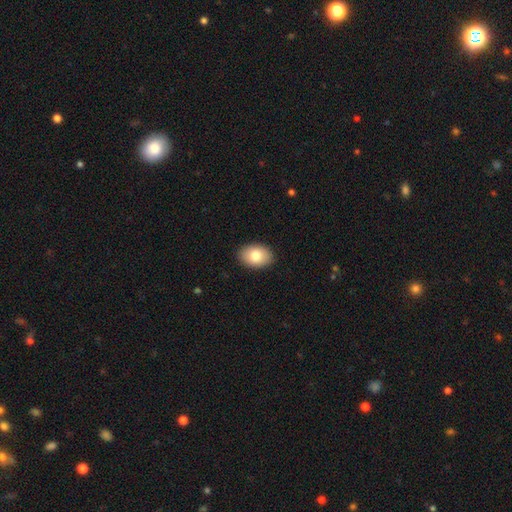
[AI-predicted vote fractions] smooth-or-featured: smooth: 81% | featured or disk: 12% | star or artifact: 7%
  how-rounded: in between: 83% | round: 16% | cigar-shaped: 1%
  merging: none: 90% | minor disturbance: 7% | major disturbance: 2% | merger: 1%